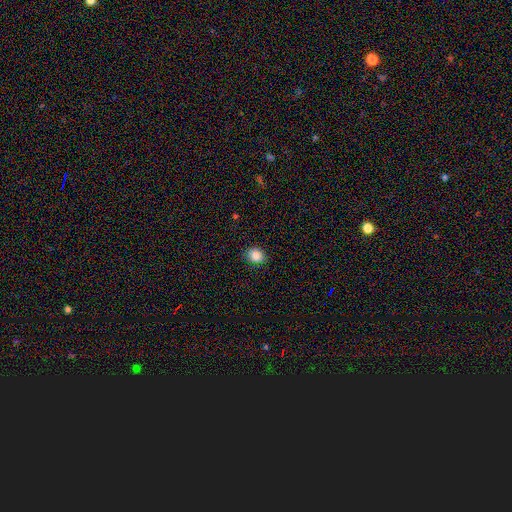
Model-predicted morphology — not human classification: Smooth or featured?
  - smooth: 85% *
  - star or artifact: 10%
  - featured or disk: 5%
How rounded?
  - round: 72% *
  - in between: 27%
  - cigar-shaped: 1%
Merging?
  - none: 86% *
  - minor disturbance: 10%
  - major disturbance: 2%
  - merger: 1%